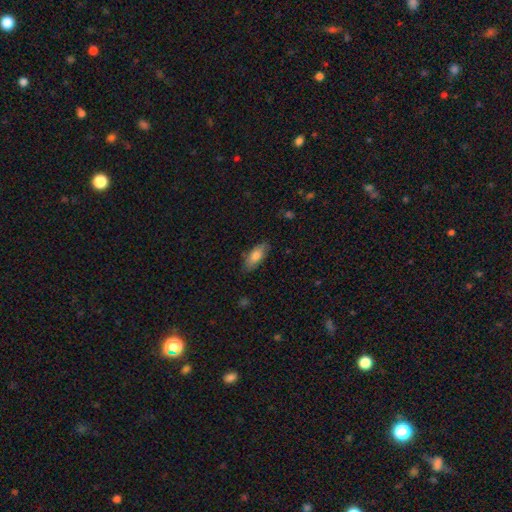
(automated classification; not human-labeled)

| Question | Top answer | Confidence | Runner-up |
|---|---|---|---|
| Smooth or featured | smooth | 78% | featured or disk (16%) |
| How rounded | in between | 81% | cigar-shaped (17%) |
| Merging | none | 78% | minor disturbance (17%) |